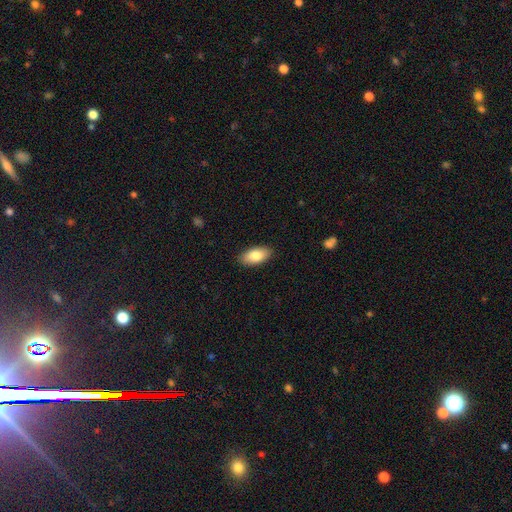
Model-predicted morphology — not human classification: Smooth or featured? Predicted: smooth (p=0.83). How rounded? Predicted: in between (p=0.93). Merging? Predicted: none (p=0.89).